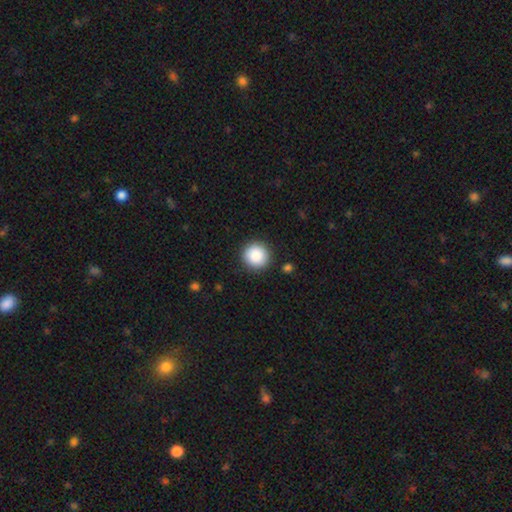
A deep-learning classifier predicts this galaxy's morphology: smooth 88%, star or artifact 8%, featured or disk 4%. Down the decision tree: how rounded — round (95%); merging — none (91%).